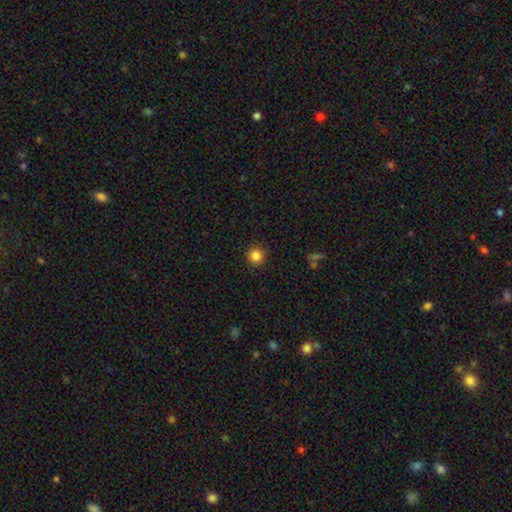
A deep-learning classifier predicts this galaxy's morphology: smooth_or_featured: smooth (p=0.85) [alt: star or artifact p=0.11]
how_rounded: round (p=0.95) [alt: in between p=0.04]
merging: none (p=0.92) [alt: minor disturbance p=0.05]